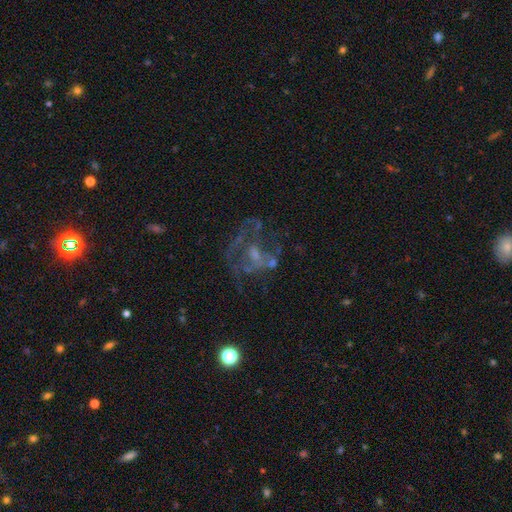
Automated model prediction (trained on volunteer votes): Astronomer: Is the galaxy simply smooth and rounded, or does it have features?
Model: featured or disk — 66%.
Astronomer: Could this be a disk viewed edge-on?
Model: no — 97%.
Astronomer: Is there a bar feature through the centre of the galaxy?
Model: no — 72%.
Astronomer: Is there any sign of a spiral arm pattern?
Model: no — 64%.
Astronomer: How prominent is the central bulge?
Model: small — 34% (runner-up: none, 33%).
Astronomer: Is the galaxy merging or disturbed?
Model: none — 41% (runner-up: major disturbance, 34%).